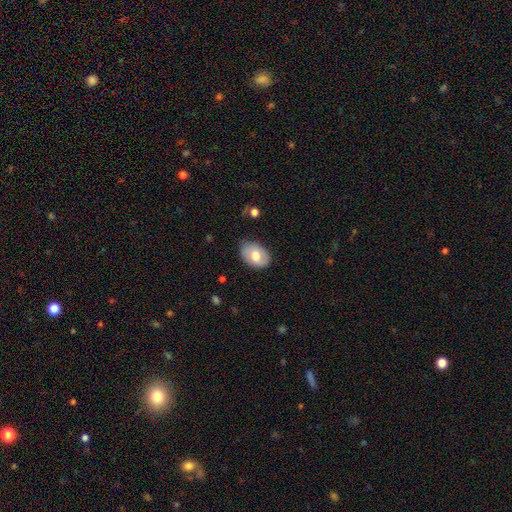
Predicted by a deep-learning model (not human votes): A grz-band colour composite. It shows a smooth galaxy with no disk features (72%) that is in between round and cigar-shaped (84%). Merging: none (76%).